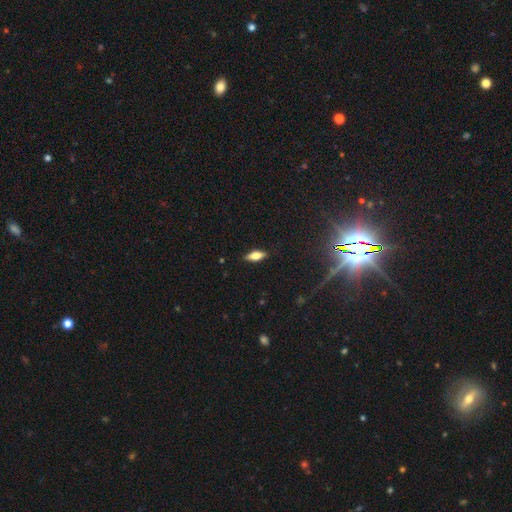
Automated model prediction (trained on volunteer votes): A smooth galaxy with no disk features (62%) that is in between round and cigar-shaped (68%). Merging: none (88%).